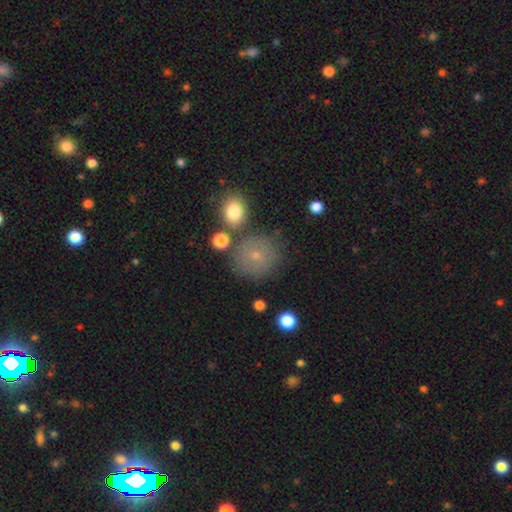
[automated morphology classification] Smooth or featured? Predicted: smooth (p=0.69). How rounded? Predicted: round (p=0.86). Merging? Predicted: none (p=0.73).